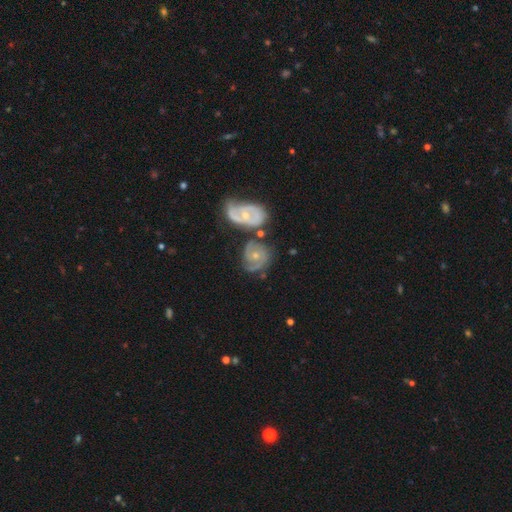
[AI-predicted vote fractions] A featured or disk galaxy (76%) with no bar (72%), 2 (53%) tight (48%) spiral arms (91%) and a small central bulge (54%). Merging: none (44%).